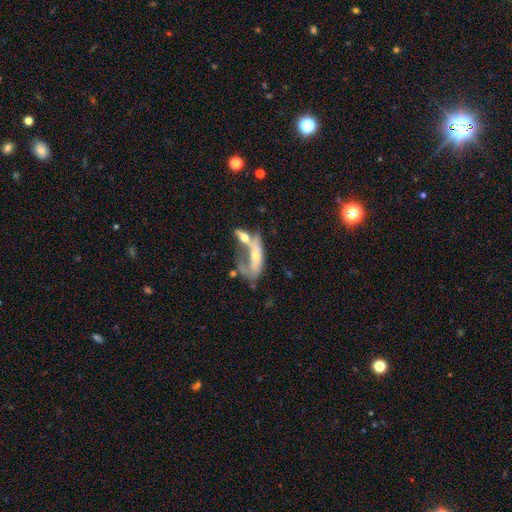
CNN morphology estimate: The model was most divided on "smooth or featured": featured or disk: 49%, smooth: 44%, star or artifact: 7%. More confident: merging — merger (62%).